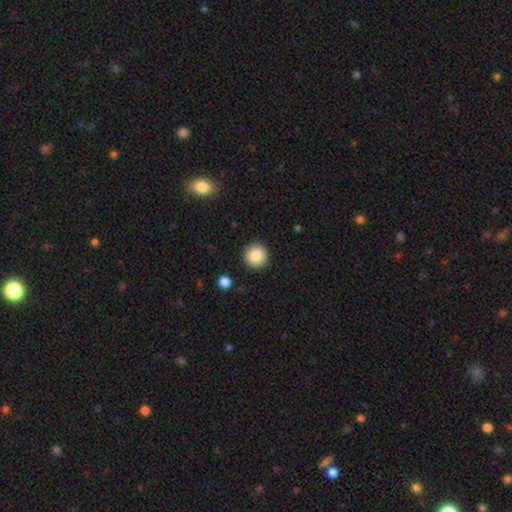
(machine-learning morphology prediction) This appears to be a smooth galaxy with no disk features (87%) that is round (95%). Merging: none (91%).